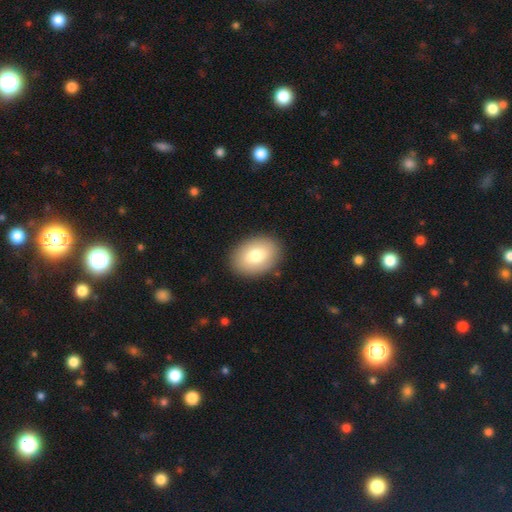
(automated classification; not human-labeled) Morphology: type=smooth (78%); roundness=in between (76%); merging=none (89%).